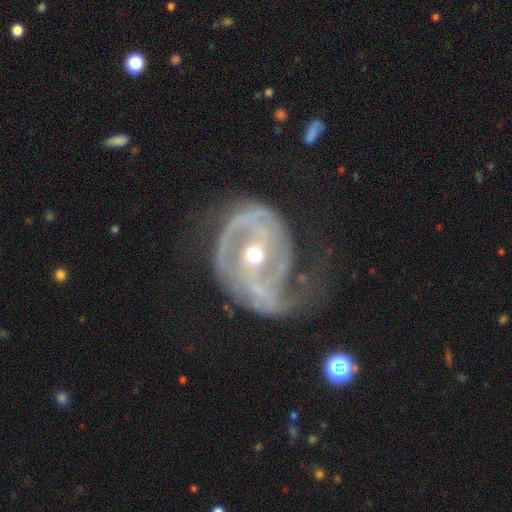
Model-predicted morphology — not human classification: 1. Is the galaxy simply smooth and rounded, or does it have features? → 87% featured or disk, 8% smooth, 6% star or artifact.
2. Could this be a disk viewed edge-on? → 97% no, 3% yes.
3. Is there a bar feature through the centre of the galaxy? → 38% strong, 35% weak, 27% no.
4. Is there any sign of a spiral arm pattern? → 88% yes, 12% no.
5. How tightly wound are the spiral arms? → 42% tight, 39% medium, 19% loose.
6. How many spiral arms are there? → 54% 2, 18% 1, 15% can't tell, 7% 3, 2% 4, 2% more than 4.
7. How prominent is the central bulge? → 60% moderate, 35% small, 3% large, 1% none, 1% dominant.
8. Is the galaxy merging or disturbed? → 37% none, 35% major disturbance, 25% minor disturbance, 3% merger.